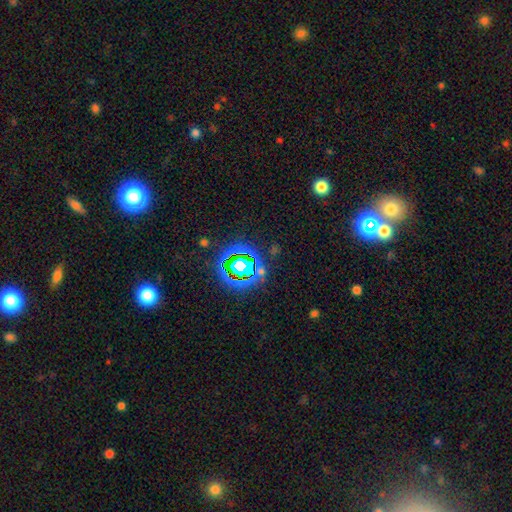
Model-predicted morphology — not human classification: type=star or artifact (72%).